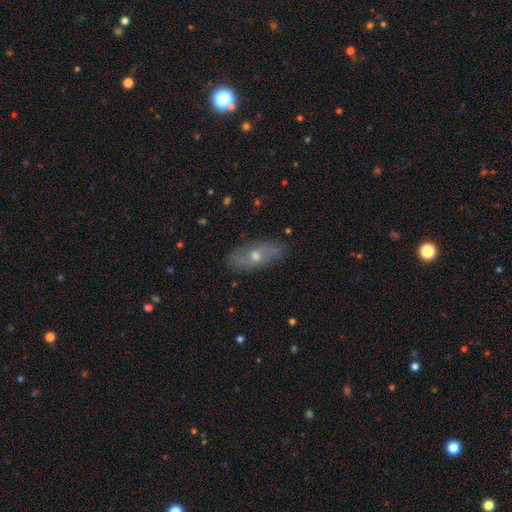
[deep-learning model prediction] Smooth or featured: featured or disk — 46% (smooth — 44%)
Merging: none — 82% (minor disturbance — 14%)